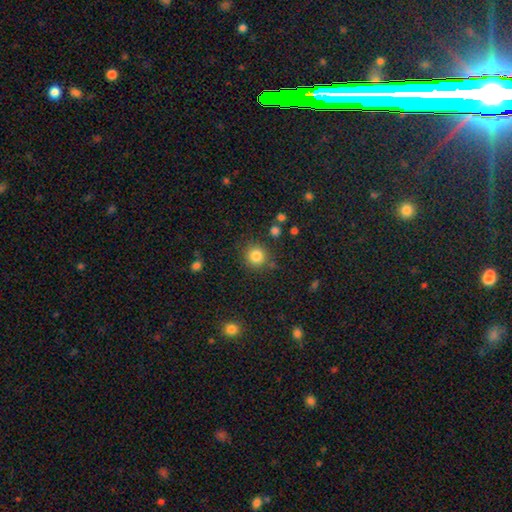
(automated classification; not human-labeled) Morphology: type=smooth (83%); roundness=round (93%); merging=none (85%).